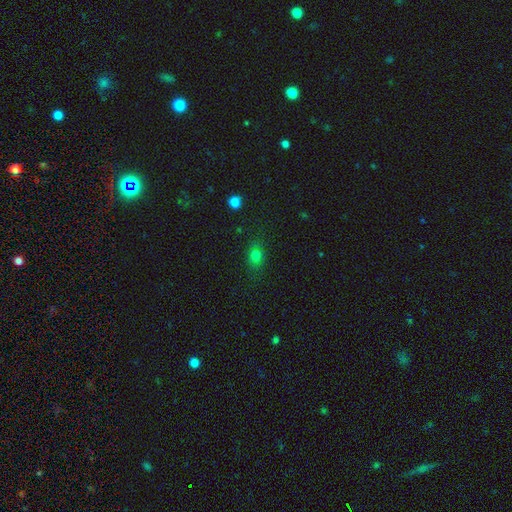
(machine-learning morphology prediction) This is likely a smooth galaxy (76%). How rounded: likely in between (61%). Merging: clearly none (81%).